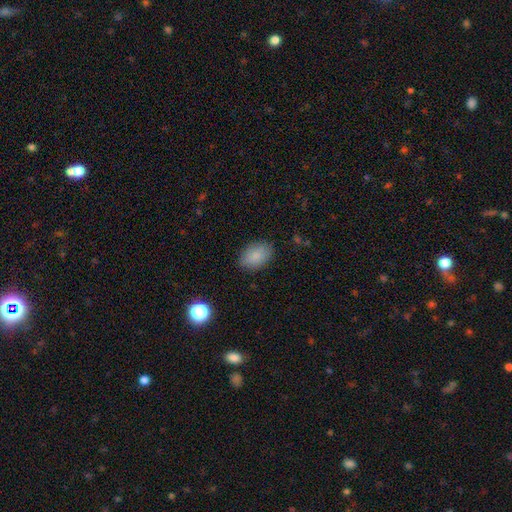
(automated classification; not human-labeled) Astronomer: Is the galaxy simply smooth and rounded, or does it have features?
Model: smooth — 86%.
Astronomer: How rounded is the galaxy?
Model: in between — 86%.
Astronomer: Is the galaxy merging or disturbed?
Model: none — 85%.